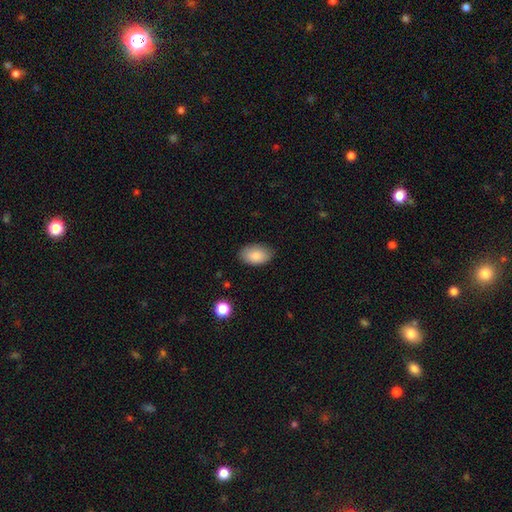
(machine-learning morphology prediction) smooth 87%, star or artifact 7%, featured or disk 6%. Down the decision tree: how rounded — in between (93%); merging — none (84%).